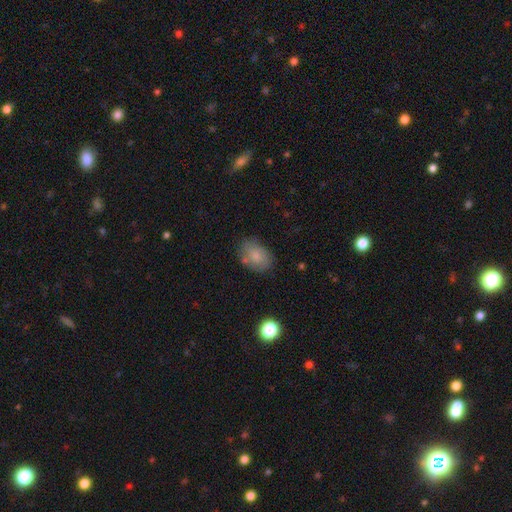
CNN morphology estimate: type=smooth (79%); roundness=in between (81%); merging=none (70%).